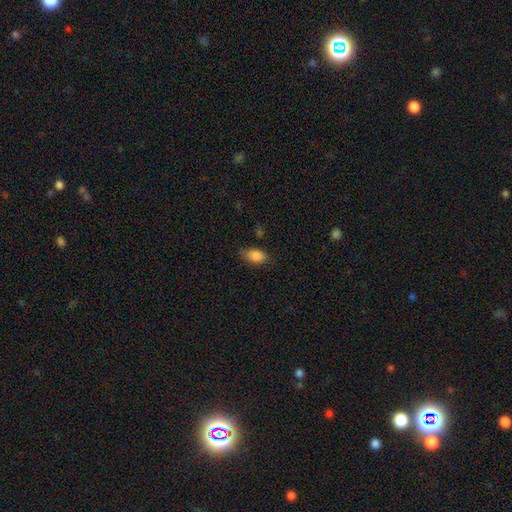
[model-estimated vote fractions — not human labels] Overall: smooth (86%). How rounded: in between (91%). Merging: none (71%).